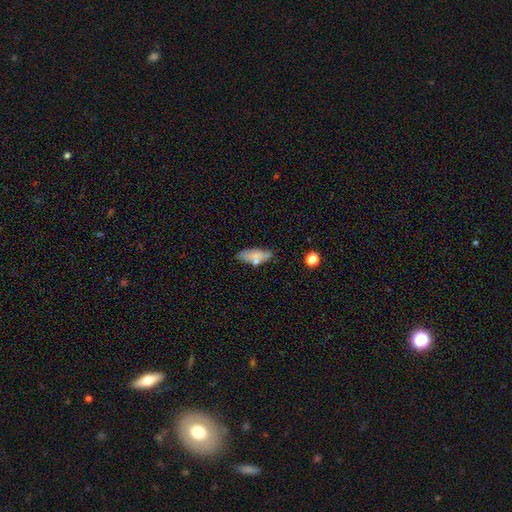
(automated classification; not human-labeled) A smooth galaxy with no disk features (70%) that is in between round and cigar-shaped (73%).

Vote fractions:
- Smooth or featured? smooth: 70% / featured or disk: 20% / star or artifact: 10%
- How rounded? in between: 73% / cigar-shaped: 24% / round: 3%
- Merging? none: 65% / minor disturbance: 21% / merger: 8% / major disturbance: 6%